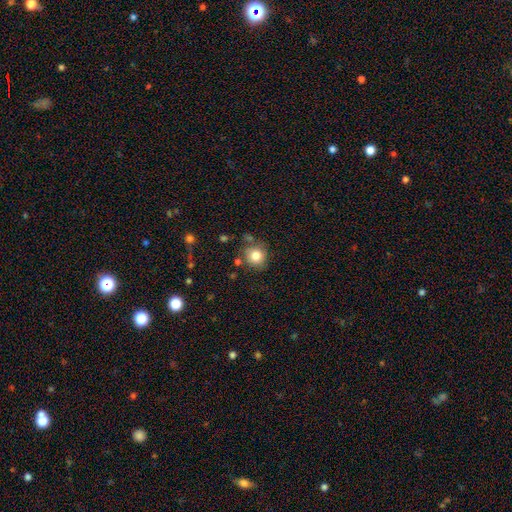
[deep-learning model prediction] Overall: smooth (82%). How rounded: round (88%). Merging: none (74%).